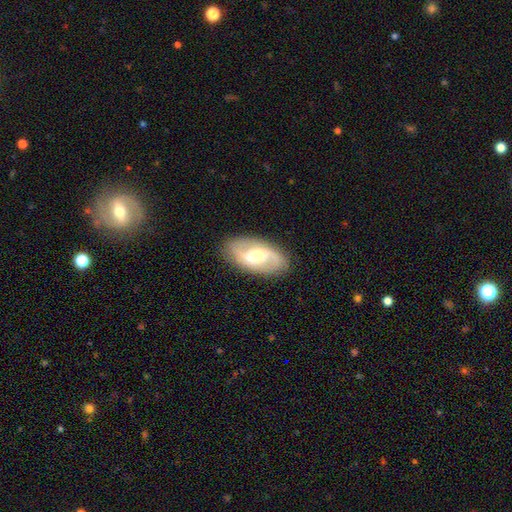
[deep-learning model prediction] A featured or disk galaxy (75%) with a weak bar (50%), 2 (89%) medium (43%) spiral arms (90%) and a moderate central bulge (61%).

Vote fractions:
- Smooth or featured? featured or disk: 75% / smooth: 19% / star or artifact: 6%
- Edge-on disk? no: 95% / yes: 5%
- Bar? weak: 50% / no: 30% / strong: 19%
- Spiral arms? yes: 90% / no: 10%
- Spiral winding? medium: 43% / loose: 40% / tight: 17%
- Spiral arm count? 2: 89% / can't tell: 6% / 1: 2% / 3: 2% / 4: 1% / more than 4: 1%
- Bulge size? moderate: 61% / small: 27% / large: 9% / none: 1% / dominant: 1%
- Merging? none: 86% / minor disturbance: 10% / major disturbance: 3% / merger: 1%